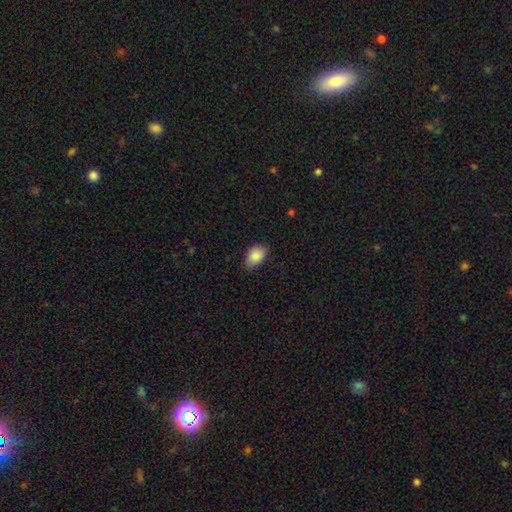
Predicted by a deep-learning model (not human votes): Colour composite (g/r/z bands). It shows a smooth galaxy with no disk features (88%) that is in between round and cigar-shaped (85%). Merging: none (76%).